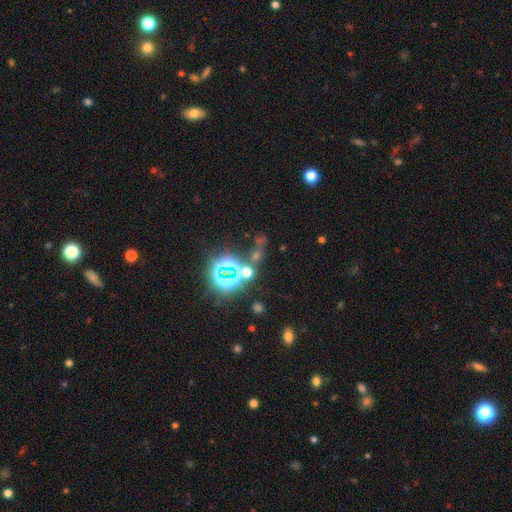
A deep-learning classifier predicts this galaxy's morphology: star or artifact 62%, smooth 27%, featured or disk 11%.